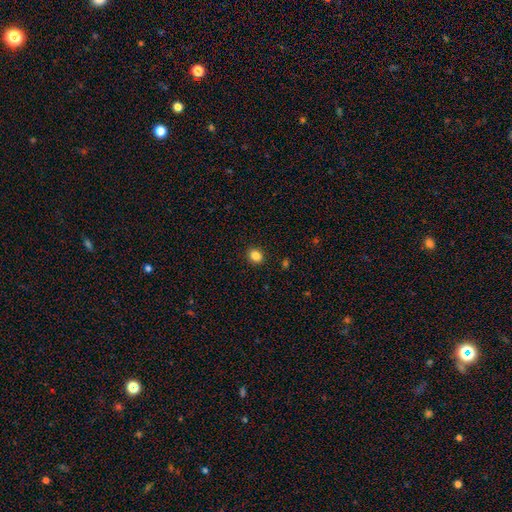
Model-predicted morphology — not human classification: Smooth or featured: smooth — 86% (star or artifact — 11%)
How rounded: round — 58% (in between — 41%)
Merging: none — 90% (minor disturbance — 6%)